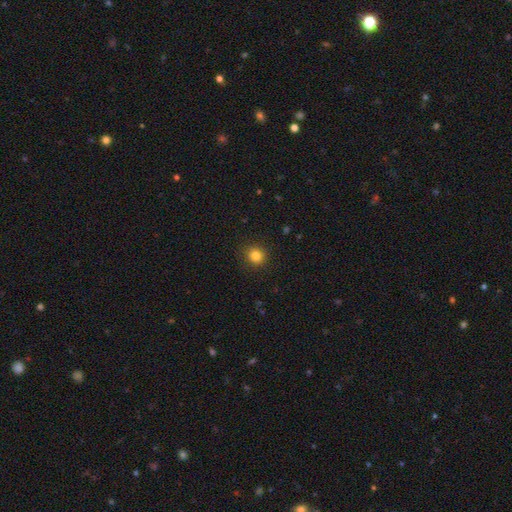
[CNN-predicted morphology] smooth 82%, star or artifact 13%, featured or disk 5%. Down the decision tree: how rounded — round (91%); merging — none (91%).